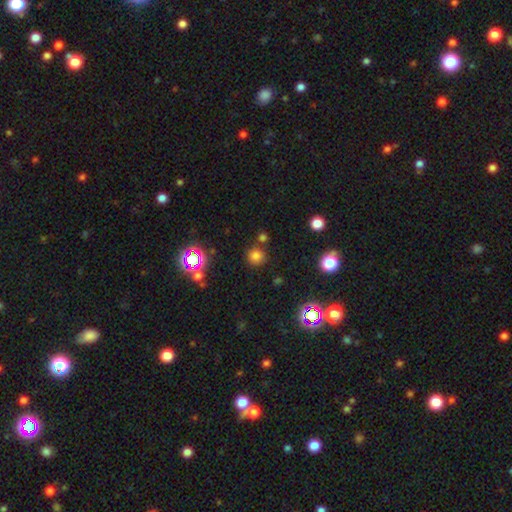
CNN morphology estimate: A smooth galaxy with no disk features (71%) that is round (91%). Merging: none (81%).